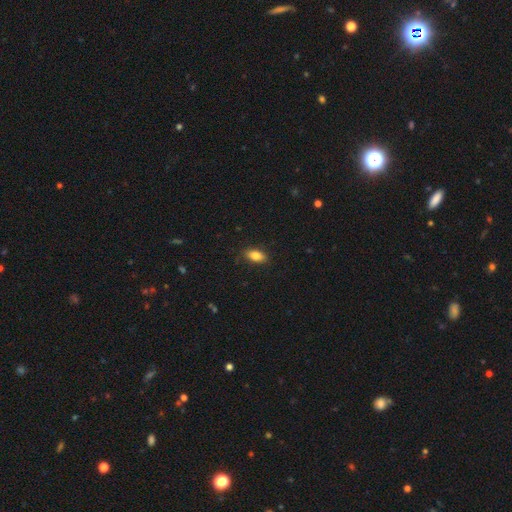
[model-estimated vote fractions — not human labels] This is clearly a smooth galaxy (83%). How rounded: clearly in between (88%). Merging: clearly none (87%).